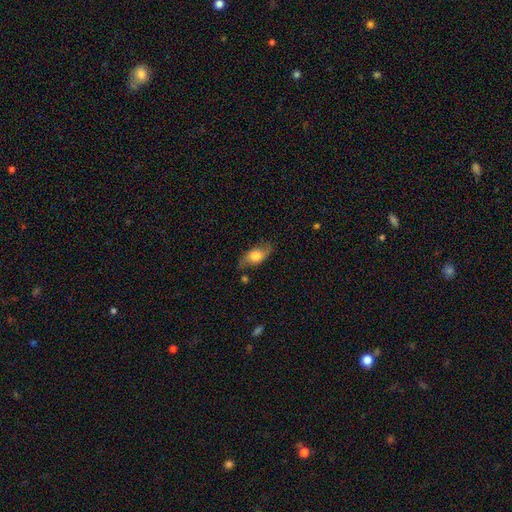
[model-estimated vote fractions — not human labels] A smooth galaxy with no disk features (56%) that is in between round and cigar-shaped (84%). Merging: none (72%).